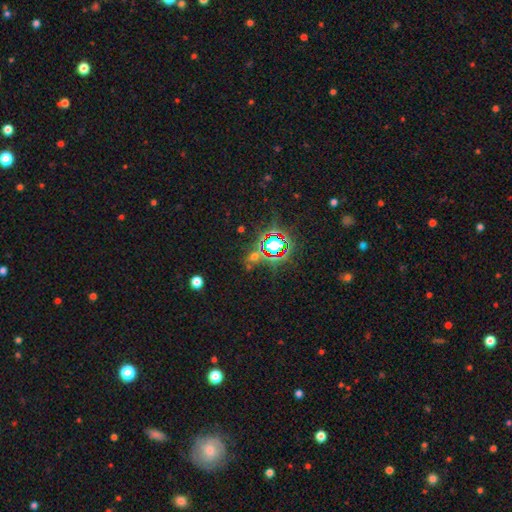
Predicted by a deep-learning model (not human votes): Smooth or featured: star or artifact — 77% (smooth — 14%)